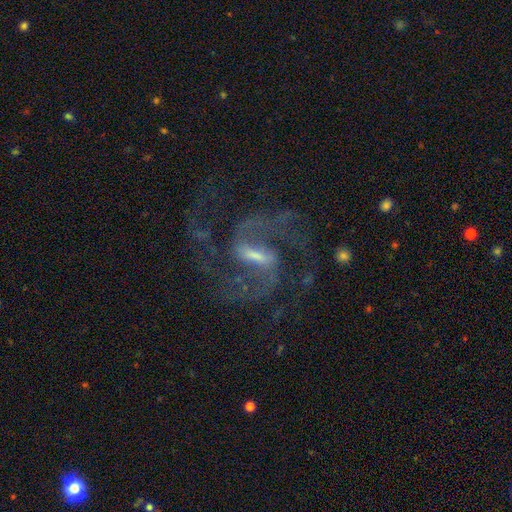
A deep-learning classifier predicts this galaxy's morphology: Smooth or featured: featured or disk — 90% (star or artifact — 6%)
Edge-on disk: no — 98% (yes — 2%)
Bar: strong — 49% (weak — 43%)
Spiral arms: yes — 98% (no — 2%)
Spiral winding: medium — 54% (loose — 37%)
Spiral arm count: 2 — 85% (3 — 6%)
Bulge size: small — 42% (moderate — 37%)
Merging: none — 66% (major disturbance — 17%)